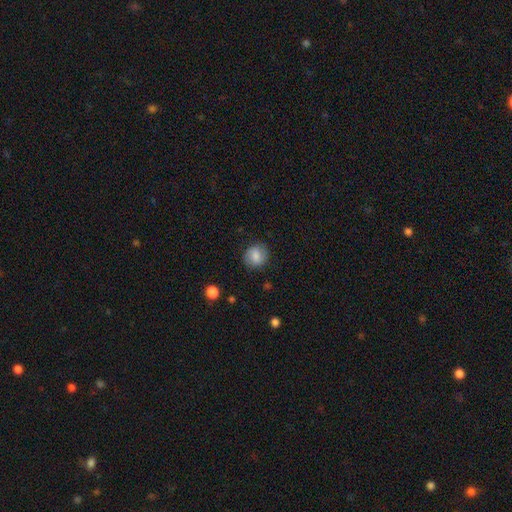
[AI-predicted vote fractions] smooth 77%, featured or disk 15%, star or artifact 8%. Down the decision tree: how rounded — round (79%); merging — none (84%).